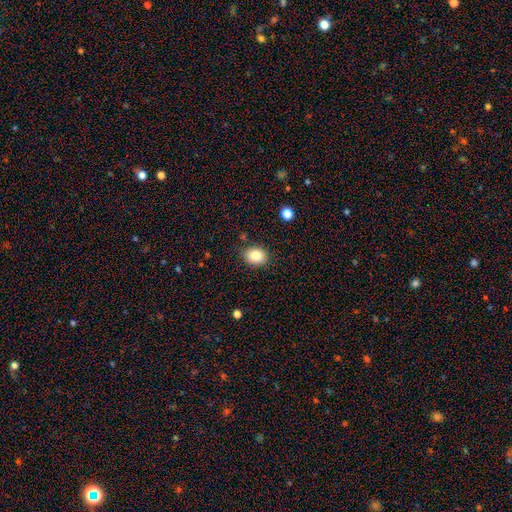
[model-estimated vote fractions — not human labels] Smooth or featured? smooth (84%)
How rounded? in between (56%)
Merging? none (86%)